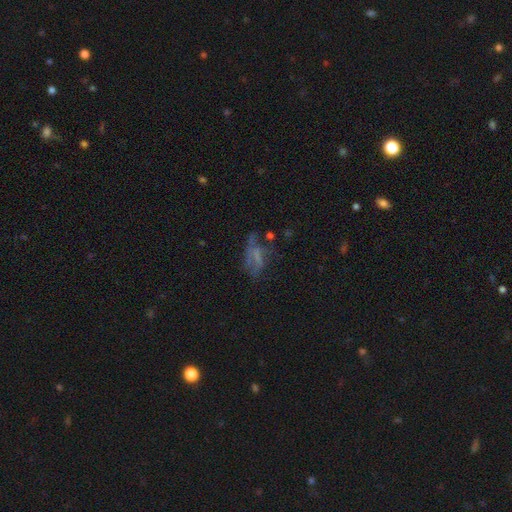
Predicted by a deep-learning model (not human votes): Morphology: type=featured or disk (46%); merging=none (36%, tied with major disturbance).